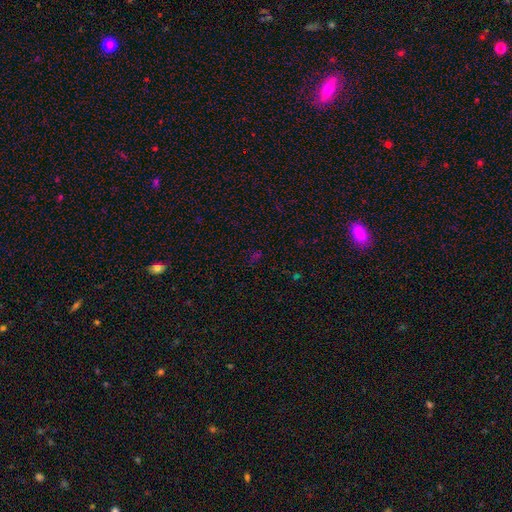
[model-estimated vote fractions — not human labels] The model was most divided on "smooth or featured": star or artifact: 60%, smooth: 31%, featured or disk: 9%.